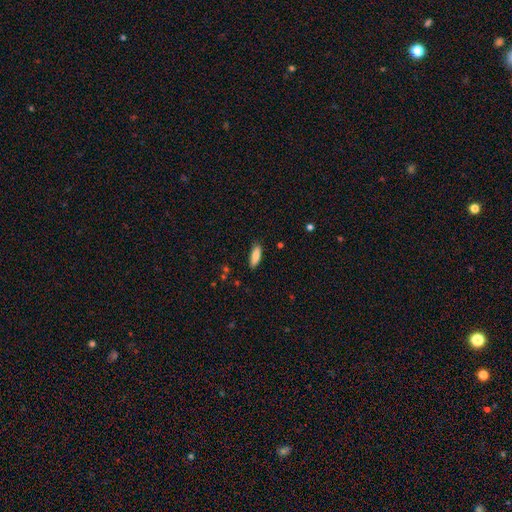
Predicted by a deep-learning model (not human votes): Smooth or featured: smooth — 86% (featured or disk — 8%)
How rounded: in between — 60% (cigar-shaped — 39%)
Merging: none — 85% (minor disturbance — 11%)